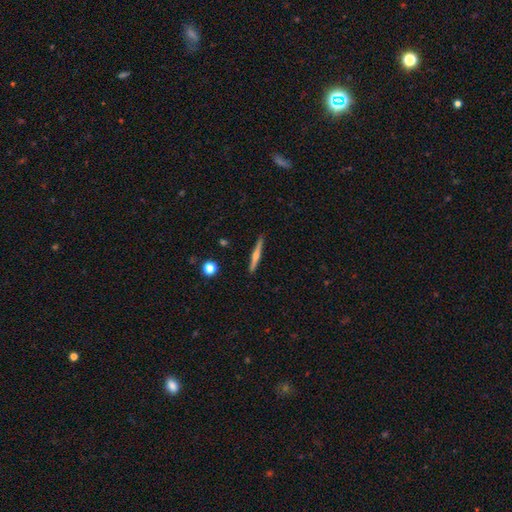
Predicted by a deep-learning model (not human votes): This appears to be a featured or disk galaxy (67%) viewed edge-on (98%) with a rounded central bulge (85%). Merging: none (91%).